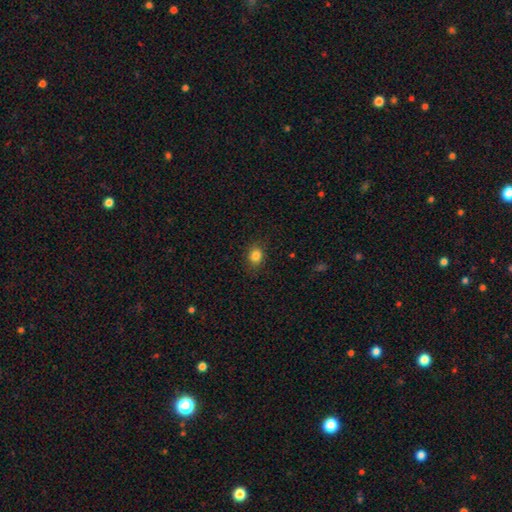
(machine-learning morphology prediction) A smooth galaxy with no disk features (84%) that is round (52%). Merging: none (84%).